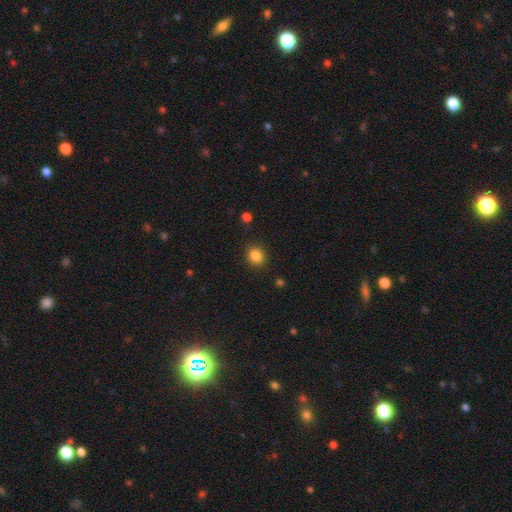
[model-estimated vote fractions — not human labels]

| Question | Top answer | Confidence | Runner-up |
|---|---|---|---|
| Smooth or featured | smooth | 85% | star or artifact (11%) |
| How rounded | round | 61% | in between (38%) |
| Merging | none | 88% | minor disturbance (8%) |